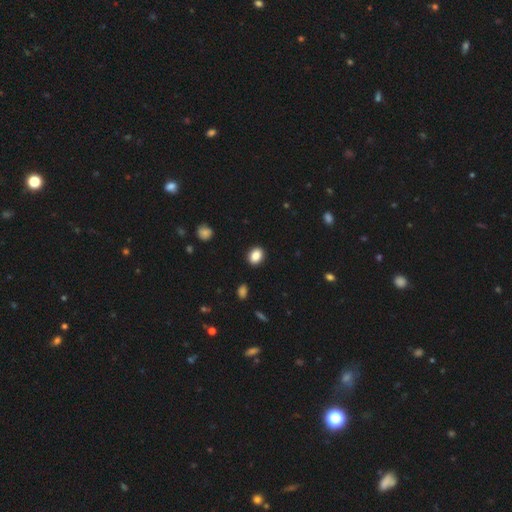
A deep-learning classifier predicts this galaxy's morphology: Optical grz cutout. It shows a smooth galaxy with no disk features (87%) that is in between round and cigar-shaped (57%). Merging: none (90%).